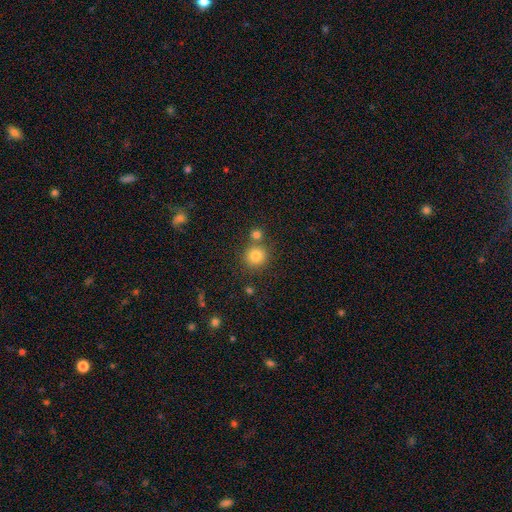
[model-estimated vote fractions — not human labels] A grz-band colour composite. It shows a smooth galaxy with no disk features (82%) that is round (90%). Merging: none (69%).